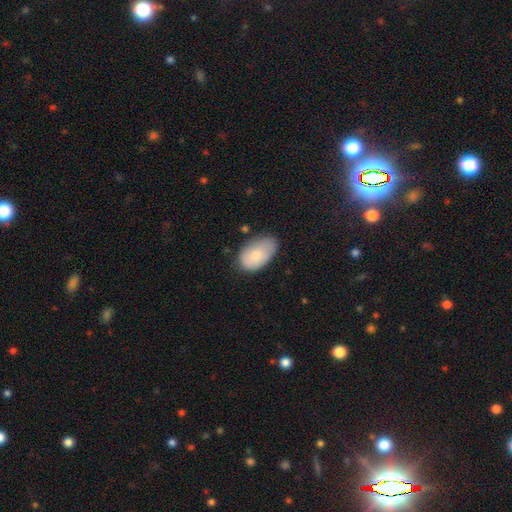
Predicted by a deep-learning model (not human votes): Overall: smooth (73%). How rounded: in between (92%). Merging: none (61%; minor disturbance 30%).